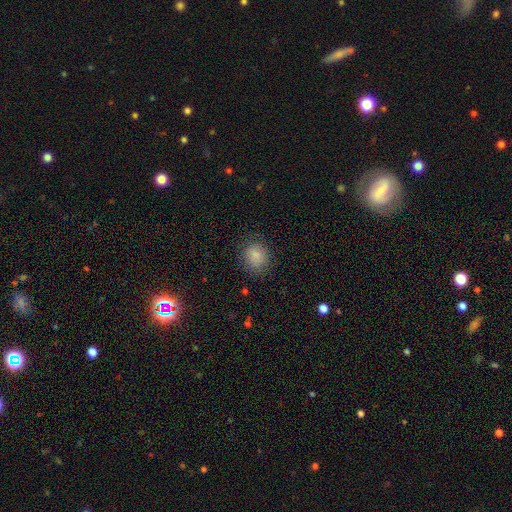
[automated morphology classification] smooth_or_featured: smooth (p=0.85) [alt: star or artifact p=0.09]
how_rounded: round (p=0.72) [alt: in between p=0.27]
merging: none (p=0.82) [alt: minor disturbance p=0.13]